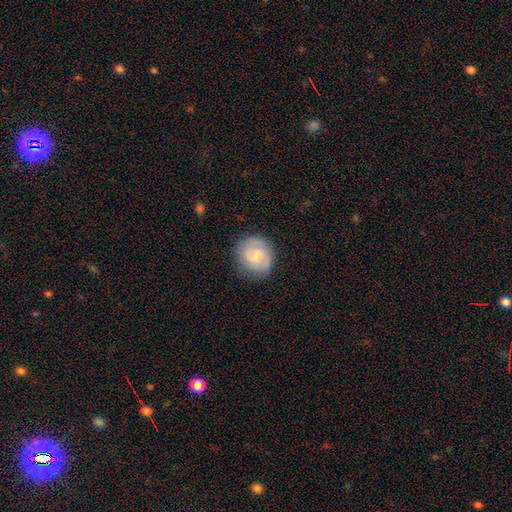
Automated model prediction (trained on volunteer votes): Q: Smooth or featured?
A: smooth (67%); runner-up: featured or disk (26%)
Q: How rounded?
A: round (84%); runner-up: in between (15%)
Q: Merging?
A: none (77%); runner-up: minor disturbance (17%)